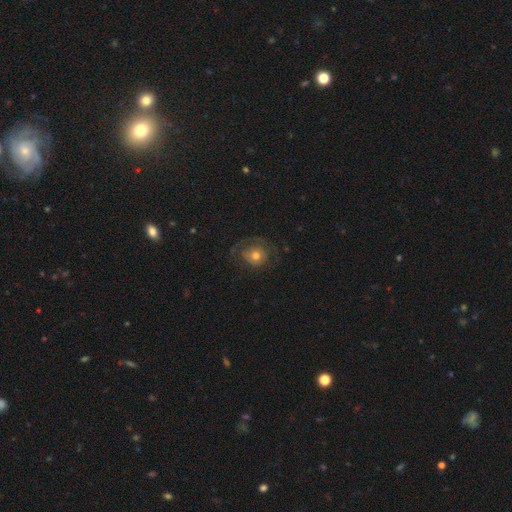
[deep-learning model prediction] Q: Smooth or featured?
A: smooth (51%); runner-up: featured or disk (40%)
Q: How rounded?
A: round (74%); runner-up: in between (25%)
Q: Merging?
A: none (55%); runner-up: major disturbance (23%)